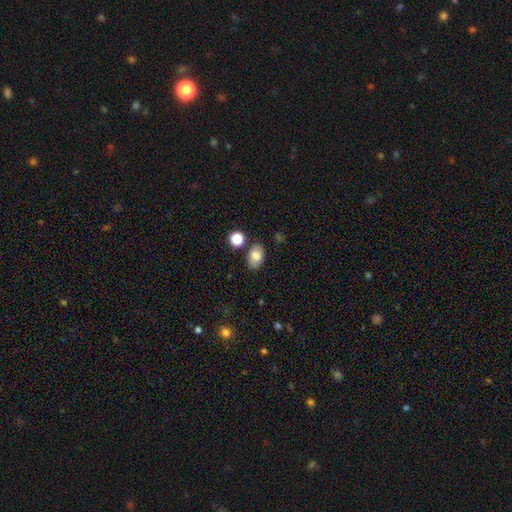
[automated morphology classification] Smooth or featured?
  - smooth: 77% *
  - featured or disk: 14%
  - star or artifact: 9%
How rounded?
  - in between: 85% *
  - round: 13%
  - cigar-shaped: 1%
Merging?
  - none: 77% *
  - minor disturbance: 14%
  - merger: 6%
  - major disturbance: 4%